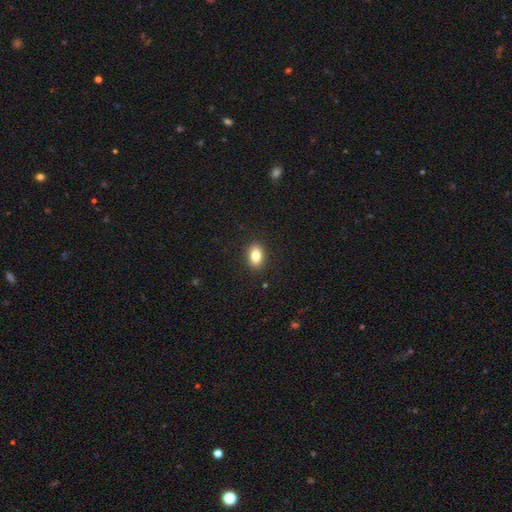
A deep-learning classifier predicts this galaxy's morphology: smooth-or-featured: smooth: 82% | star or artifact: 9% | featured or disk: 9%
  how-rounded: in between: 79% | round: 19% | cigar-shaped: 2%
  merging: none: 90% | minor disturbance: 7% | major disturbance: 2% | merger: 1%